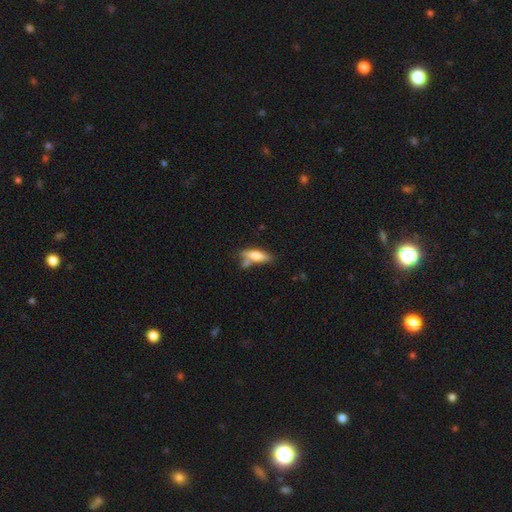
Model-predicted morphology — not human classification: Smooth or featured?
  - smooth: 65% *
  - featured or disk: 28%
  - star or artifact: 7%
How rounded?
  - cigar-shaped: 56% *
  - in between: 42%
  - round: 2%
Merging?
  - none: 55% *
  - minor disturbance: 19%
  - merger: 19%
  - major disturbance: 7%